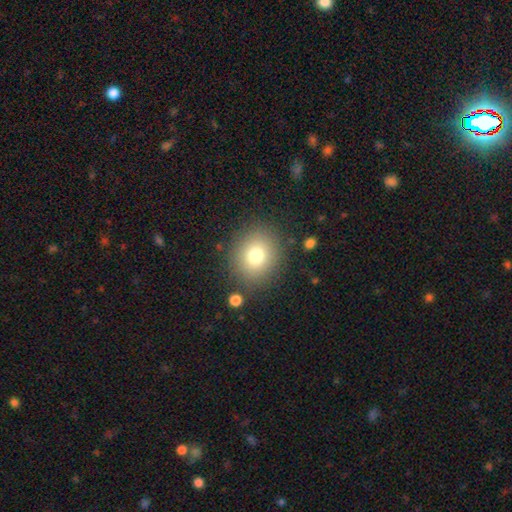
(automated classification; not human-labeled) A smooth galaxy with no disk features (76%) that is round (77%). Merging: none (84%).